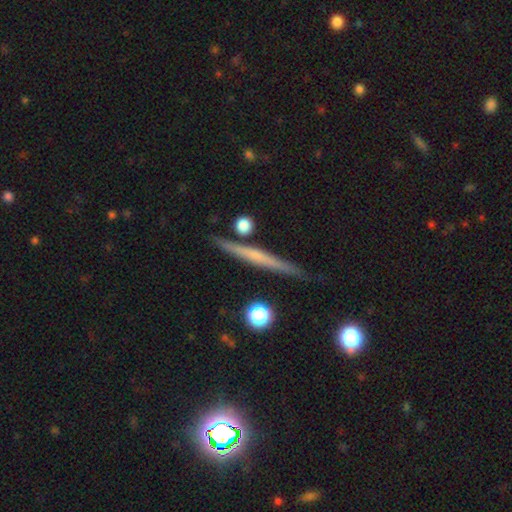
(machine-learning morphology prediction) Overall: featured or disk (56%; smooth 37%). Edge-on disk: yes (97%). Edge-on bulge: none (67%). Merging: none (86%).